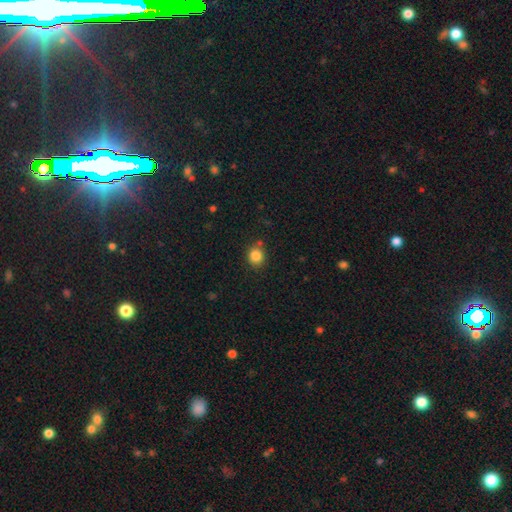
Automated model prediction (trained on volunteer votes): This is clearly a smooth galaxy (85%). How rounded: clearly round (81%). Merging: likely none (78%).